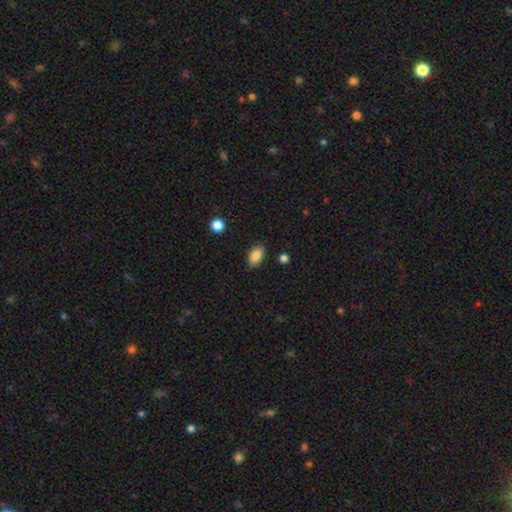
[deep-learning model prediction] A smooth galaxy with no disk features (85%) that is in between round and cigar-shaped (90%). Merging: none (85%).